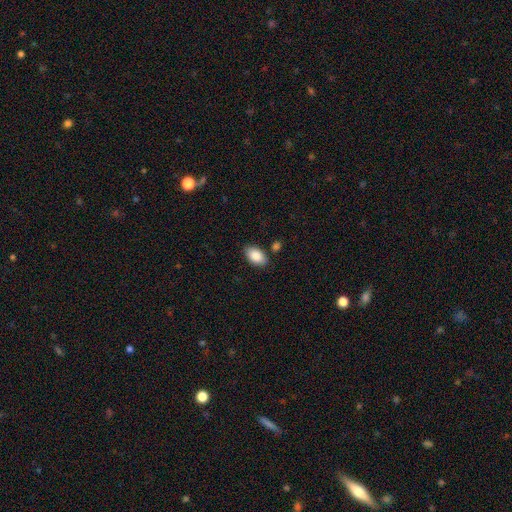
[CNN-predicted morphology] smooth 87%, featured or disk 7%, star or artifact 7%. Down the decision tree: how rounded — in between (93%); merging — none (83%).